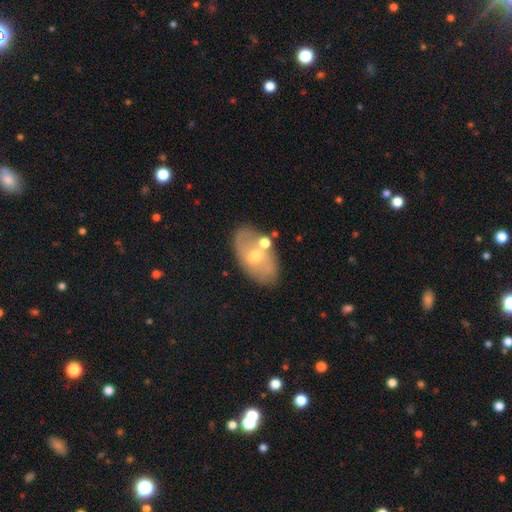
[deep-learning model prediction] Smooth or featured: featured or disk — 51% (smooth — 41%)
Edge-on disk: no — 90% (yes — 10%)
Merging: none — 68% (minor disturbance — 16%)